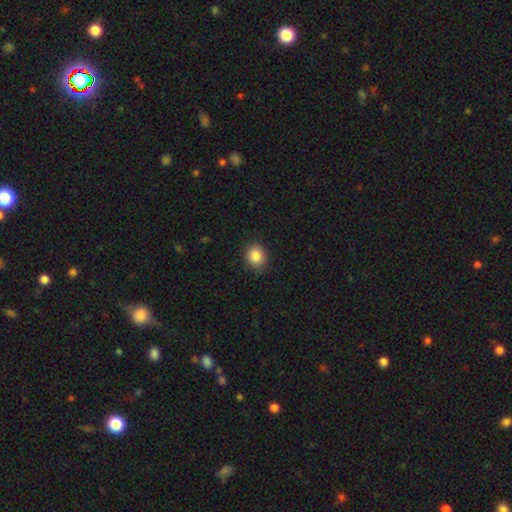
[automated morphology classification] Smooth or featured?
  - smooth: 86% *
  - star or artifact: 9%
  - featured or disk: 5%
How rounded?
  - round: 71% *
  - in between: 28%
  - cigar-shaped: 1%
Merging?
  - none: 87% *
  - minor disturbance: 10%
  - major disturbance: 2%
  - merger: 1%